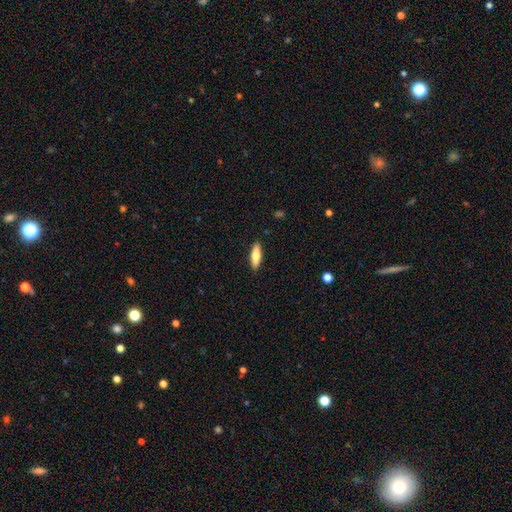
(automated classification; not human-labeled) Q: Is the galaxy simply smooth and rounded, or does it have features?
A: smooth — 69%.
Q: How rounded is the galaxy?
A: cigar-shaped — 50%.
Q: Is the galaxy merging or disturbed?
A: none — 89%.